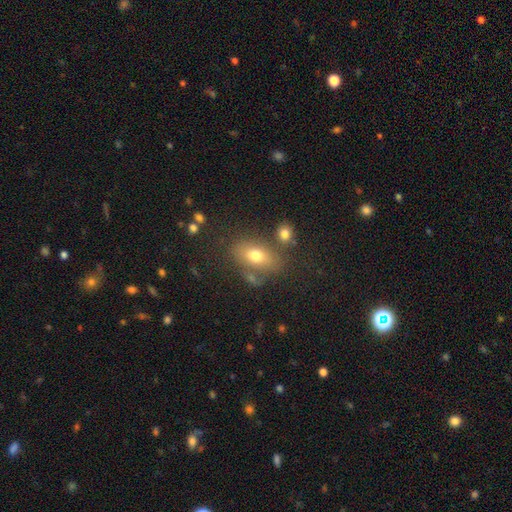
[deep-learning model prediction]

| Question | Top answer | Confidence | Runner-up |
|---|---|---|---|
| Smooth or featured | smooth | 71% | featured or disk (18%) |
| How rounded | in between | 83% | round (14%) |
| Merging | none | 65% | minor disturbance (15%) |